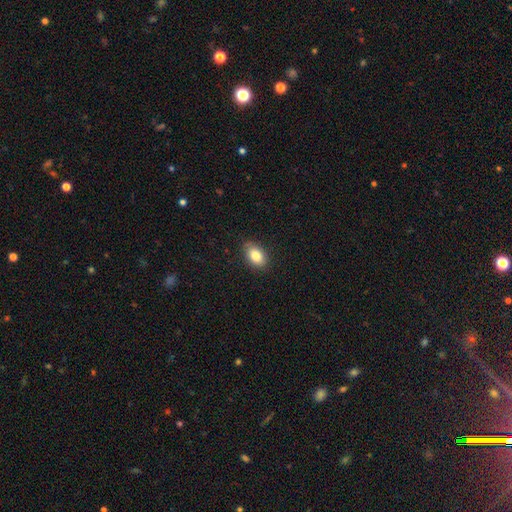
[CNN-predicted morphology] This appears to be a smooth galaxy with no disk features (83%) that is in between round and cigar-shaped (89%). Merging: none (84%).